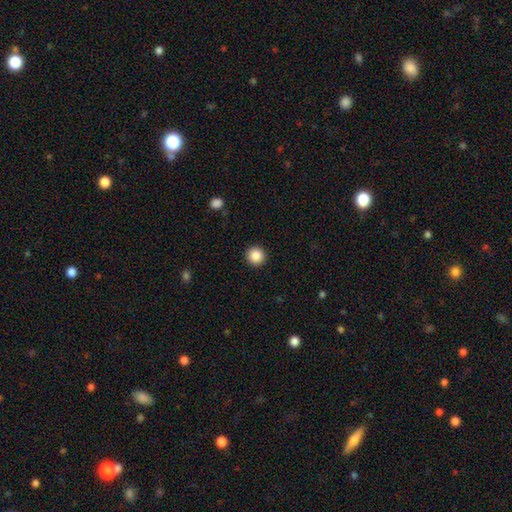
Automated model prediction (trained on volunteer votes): Smooth or featured?
  - smooth: 87% *
  - star or artifact: 10%
  - featured or disk: 3%
How rounded?
  - round: 96% *
  - in between: 3%
  - cigar-shaped: 1%
Merging?
  - none: 93% *
  - minor disturbance: 4%
  - major disturbance: 2%
  - merger: 1%